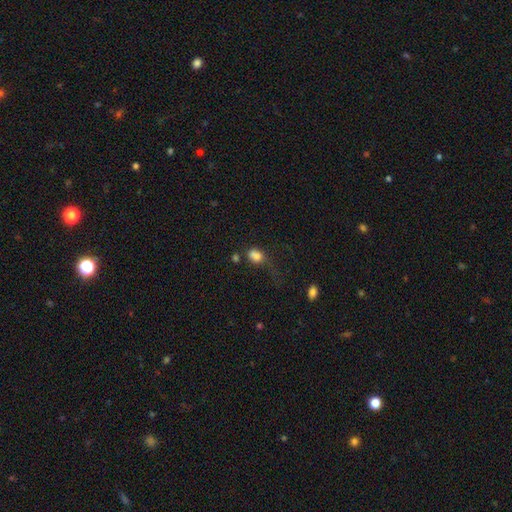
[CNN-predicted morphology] smooth_or_featured: smooth (p=0.79) [alt: star or artifact p=0.12]
how_rounded: in between (p=0.60) [alt: round p=0.38]
merging: none (p=0.35) [alt: minor disturbance p=0.24]